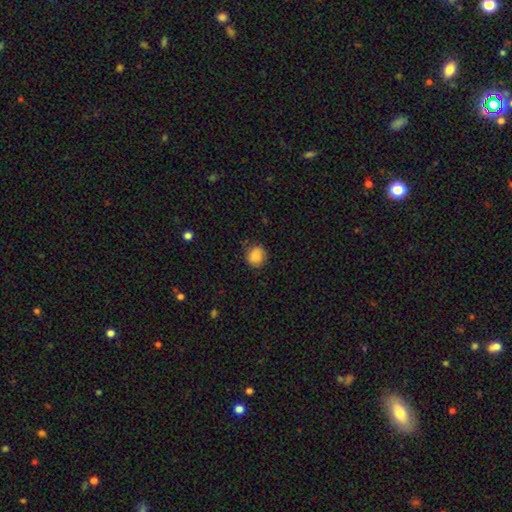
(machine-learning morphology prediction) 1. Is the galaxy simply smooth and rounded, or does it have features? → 86% smooth, 9% star or artifact, 6% featured or disk.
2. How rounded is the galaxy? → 82% round, 17% in between, 1% cigar-shaped.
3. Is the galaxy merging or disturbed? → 81% none, 14% minor disturbance, 4% major disturbance, 1% merger.